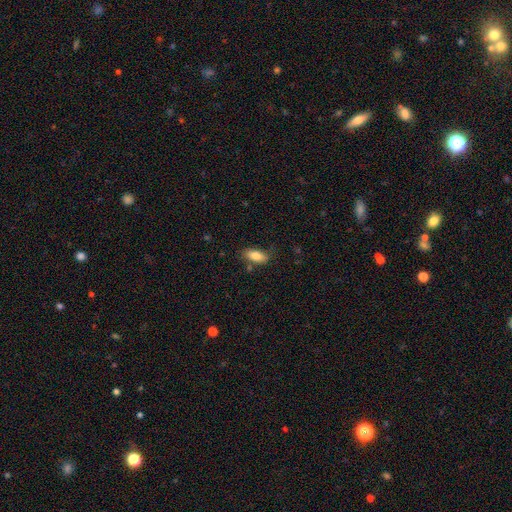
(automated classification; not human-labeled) Q: Smooth or featured?
A: smooth (82%); runner-up: featured or disk (10%)
Q: How rounded?
A: in between (85%); runner-up: cigar-shaped (12%)
Q: Merging?
A: none (74%); runner-up: minor disturbance (17%)